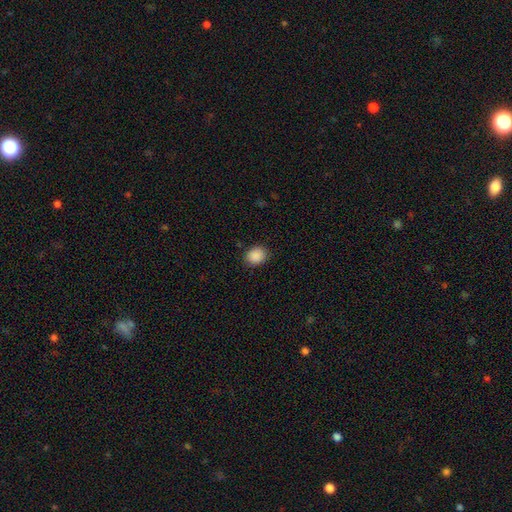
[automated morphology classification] smooth-or-featured: smooth: 89% | star or artifact: 8% | featured or disk: 3%
  how-rounded: round: 53% | in between: 47% | cigar-shaped: 1%
  merging: none: 87% | minor disturbance: 10% | major disturbance: 3% | merger: 1%